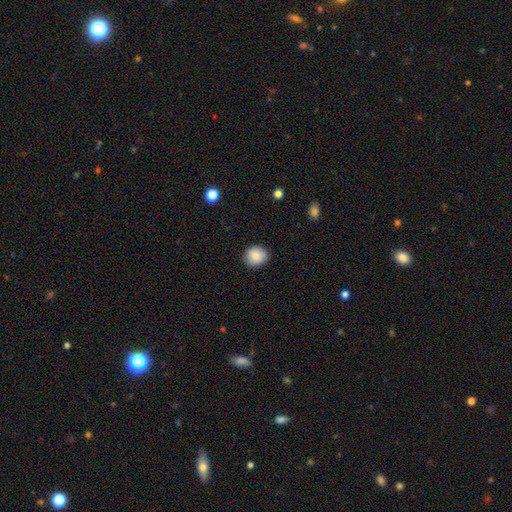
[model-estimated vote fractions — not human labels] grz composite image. It shows a smooth galaxy with no disk features (85%) that is round (79%). Merging: none (85%).